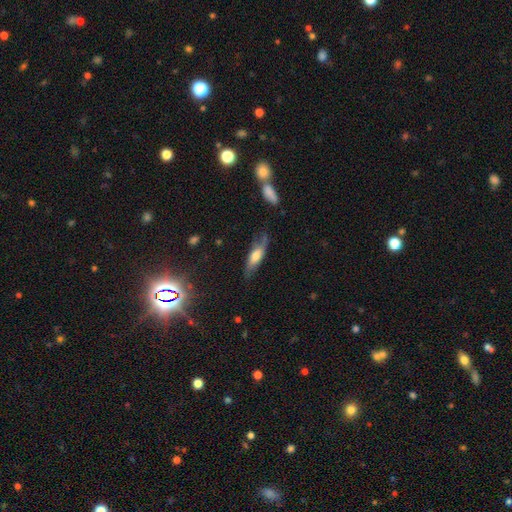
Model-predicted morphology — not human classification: Smooth or featured?
  - smooth: 53% *
  - featured or disk: 40%
  - star or artifact: 7%
How rounded?
  - in between: 50% *
  - cigar-shaped: 47%
  - round: 3%
Merging?
  - none: 61% *
  - minor disturbance: 27%
  - major disturbance: 10%
  - merger: 3%